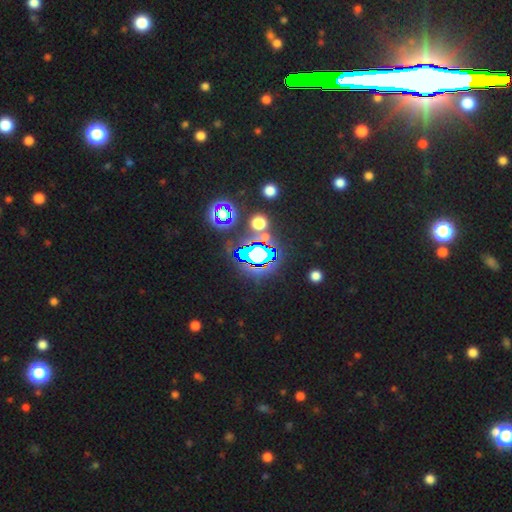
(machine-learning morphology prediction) A star or artifact, not a galaxy (78%).